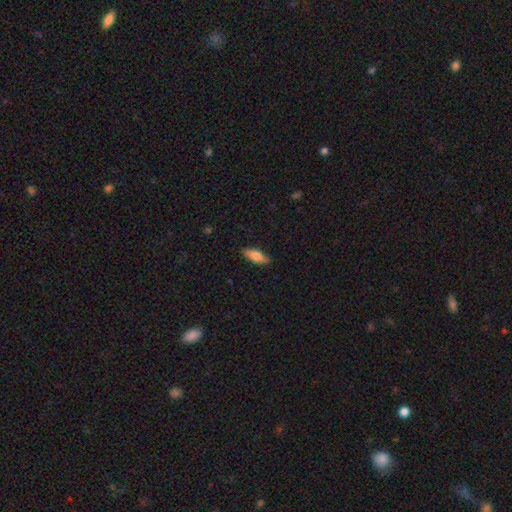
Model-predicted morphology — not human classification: Smooth or featured? smooth (80%)
How rounded? in between (65%)
Merging? none (86%)